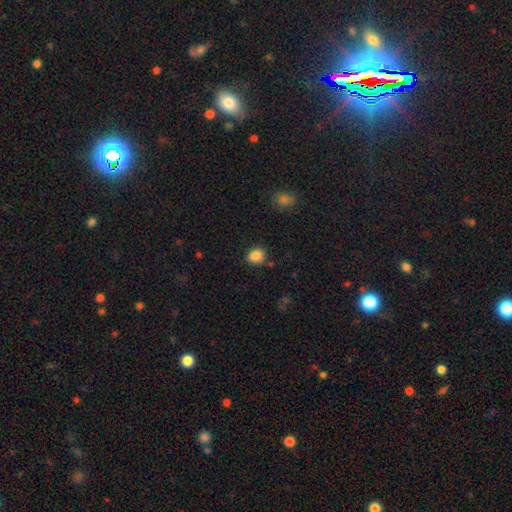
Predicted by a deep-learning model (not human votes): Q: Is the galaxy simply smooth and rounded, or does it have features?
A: smooth — 85%.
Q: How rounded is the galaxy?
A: round — 70%.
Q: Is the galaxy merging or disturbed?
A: none — 84%.